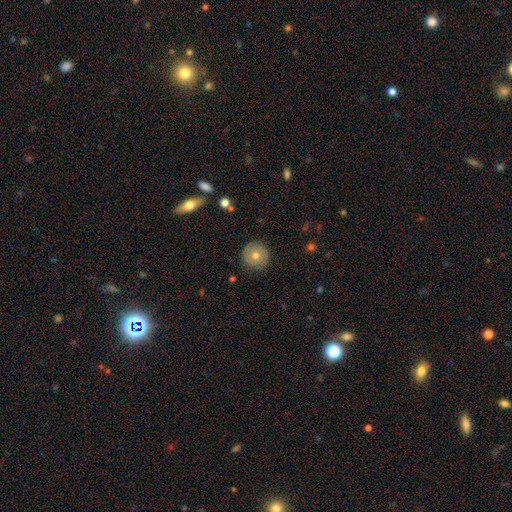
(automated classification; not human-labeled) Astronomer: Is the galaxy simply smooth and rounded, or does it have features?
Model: smooth — 63%.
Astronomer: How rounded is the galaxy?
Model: round — 95%.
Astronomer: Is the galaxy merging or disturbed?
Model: none — 89%.